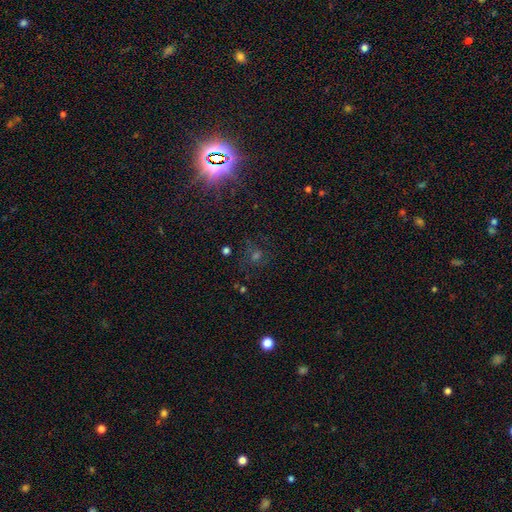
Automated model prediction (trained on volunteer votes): smooth-or-featured: star or artifact: 62% | smooth: 22% | featured or disk: 15%